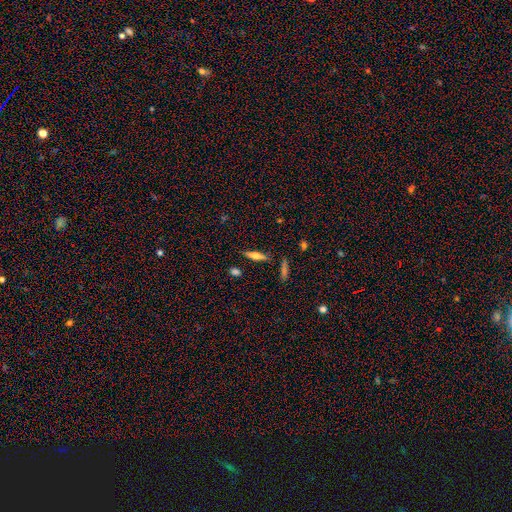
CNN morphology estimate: Overall: smooth (51%; featured or disk 41%). How rounded: cigar-shaped (71%). Merging: none (83%).